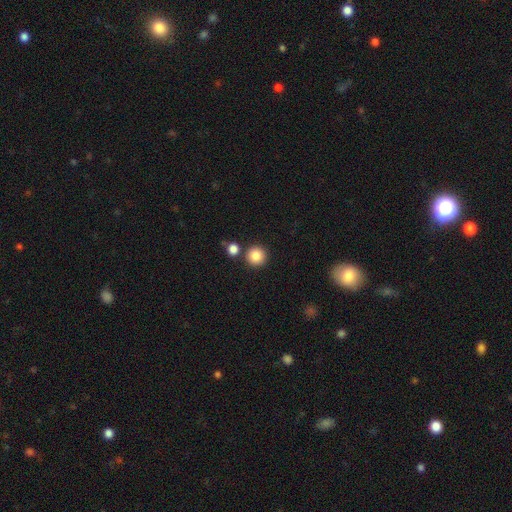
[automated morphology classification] Smooth or featured? smooth (86%)
How rounded? round (94%)
Merging? none (83%)